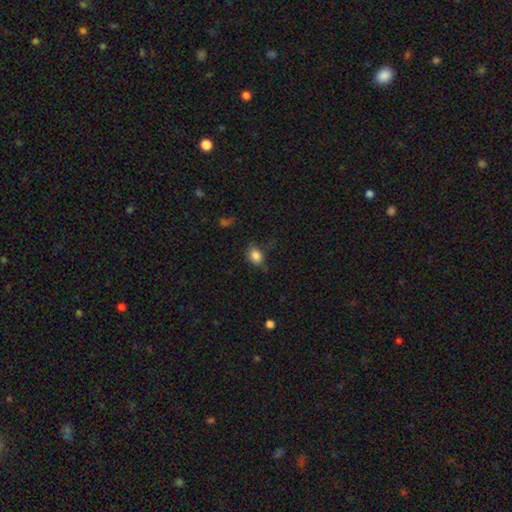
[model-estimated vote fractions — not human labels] Smooth or featured: smooth — 84% (star or artifact — 10%)
How rounded: in between — 64% (round — 35%)
Merging: none — 65% (minor disturbance — 25%)